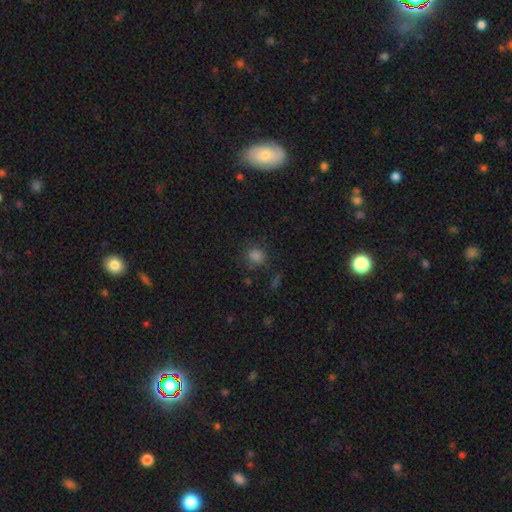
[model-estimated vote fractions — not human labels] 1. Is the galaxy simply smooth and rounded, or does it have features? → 74% smooth, 21% star or artifact, 5% featured or disk.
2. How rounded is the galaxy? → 68% round, 30% in between, 2% cigar-shaped.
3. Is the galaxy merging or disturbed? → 77% none, 14% minor disturbance, 5% major disturbance, 4% merger.